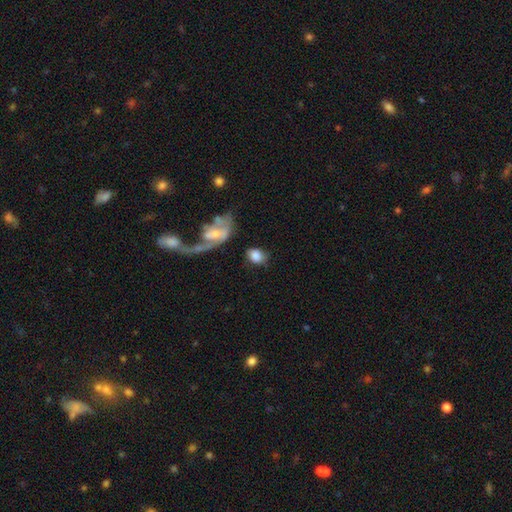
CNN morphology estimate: A smooth galaxy with no disk features (75%) that is in between round and cigar-shaped (65%).

Vote fractions:
- Smooth or featured? smooth: 75% / featured or disk: 18% / star or artifact: 7%
- How rounded? in between: 65% / round: 33% / cigar-shaped: 2%
- Merging? none: 54% / minor disturbance: 19% / major disturbance: 15% / merger: 12%